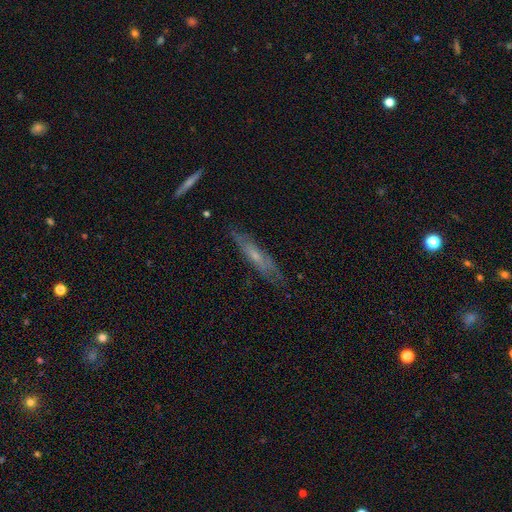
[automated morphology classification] This appears to be a featured or disk galaxy (60%) viewed edge-on (61%). Merging: none (74%).